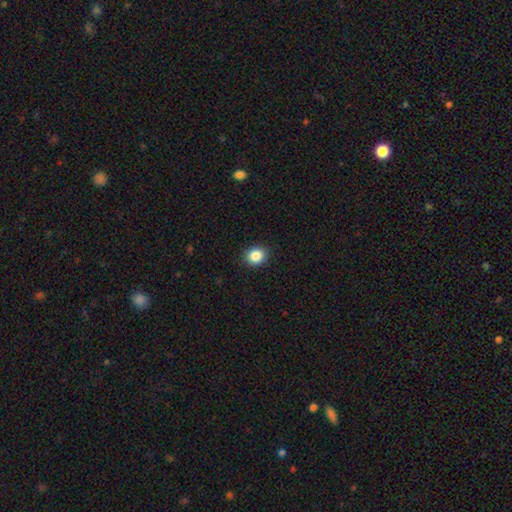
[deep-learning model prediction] Smooth or featured? smooth (86%)
How rounded? round (74%)
Merging? none (90%)